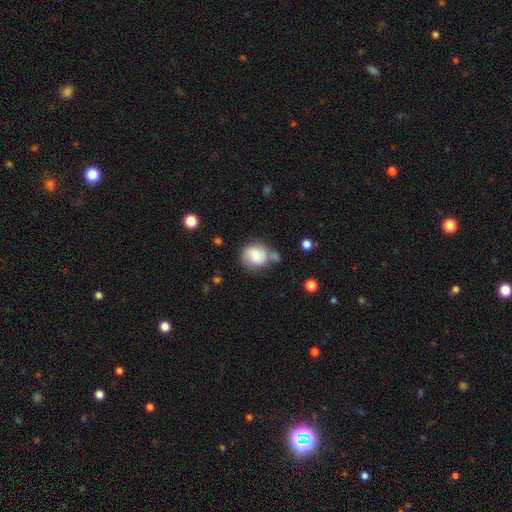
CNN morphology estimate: smooth_or_featured: smooth (p=0.65) [alt: featured or disk p=0.27]
how_rounded: round (p=0.76) [alt: in between p=0.23]
merging: none (p=0.52) [alt: minor disturbance p=0.22]